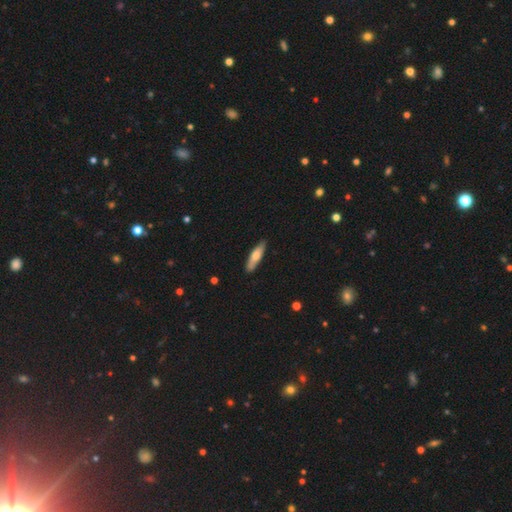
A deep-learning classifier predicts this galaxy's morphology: Smooth or featured? Predicted: smooth (p=0.64). How rounded? Predicted: cigar-shaped (p=0.72). Merging? Predicted: none (p=0.86).